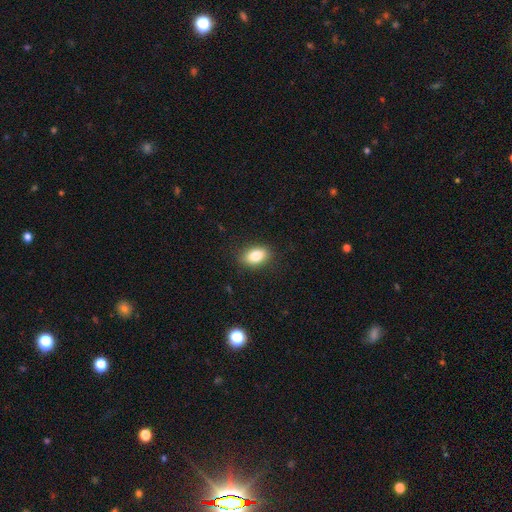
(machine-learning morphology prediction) Overall: smooth (83%). How rounded: in between (84%). Merging: none (86%).